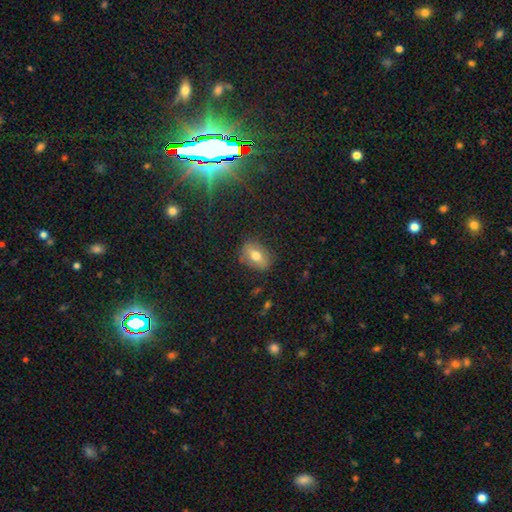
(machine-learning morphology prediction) Smooth or featured: smooth — 65% (featured or disk — 25%)
How rounded: in between — 72% (round — 26%)
Merging: none — 79% (minor disturbance — 16%)